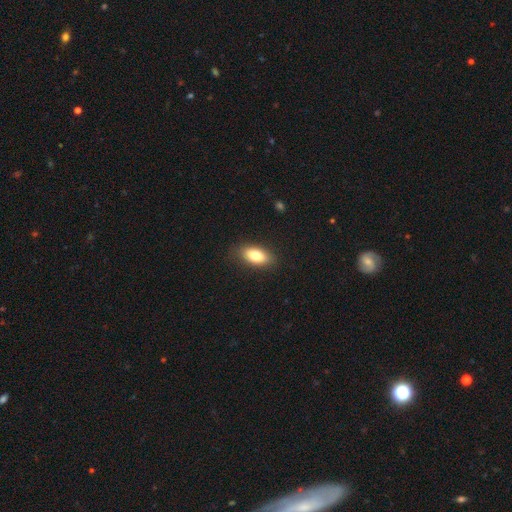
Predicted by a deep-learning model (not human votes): Smooth or featured: smooth — 81% (featured or disk — 12%)
How rounded: in between — 88% (cigar-shaped — 7%)
Merging: none — 87% (minor disturbance — 10%)